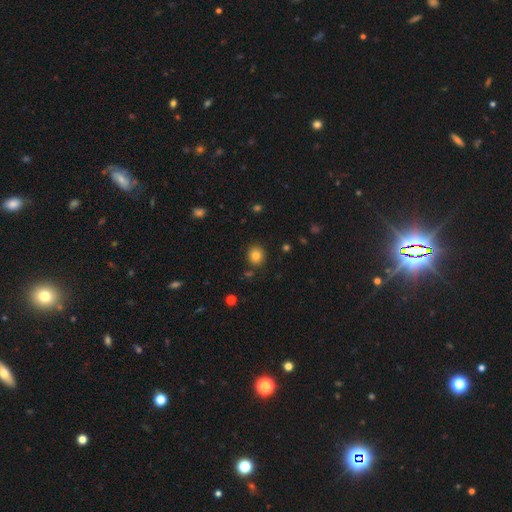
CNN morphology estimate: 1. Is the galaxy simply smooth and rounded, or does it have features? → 81% smooth, 12% star or artifact, 6% featured or disk.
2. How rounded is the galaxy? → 83% round, 17% in between, 1% cigar-shaped.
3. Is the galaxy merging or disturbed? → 87% none, 8% minor disturbance, 3% merger, 2% major disturbance.